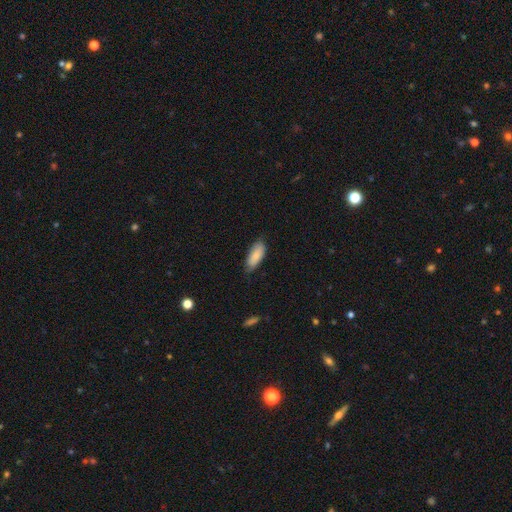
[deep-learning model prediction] smooth-or-featured: smooth: 85% | featured or disk: 9% | star or artifact: 6%
  how-rounded: in between: 81% | cigar-shaped: 18% | round: 2%
  merging: none: 72% | minor disturbance: 24% | major disturbance: 3% | merger: 1%